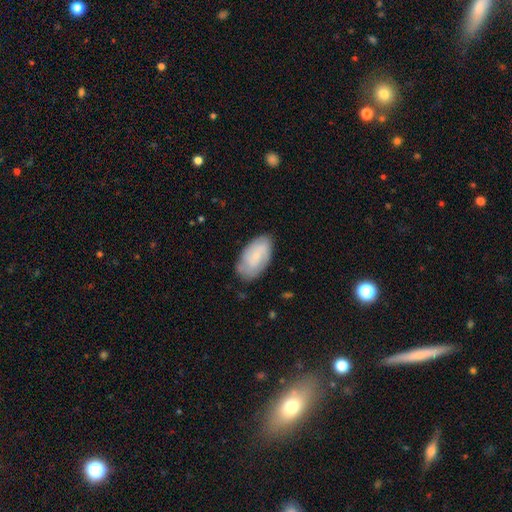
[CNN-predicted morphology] Smooth or featured? smooth (53%)
How rounded? in between (94%)
Merging? none (74%)